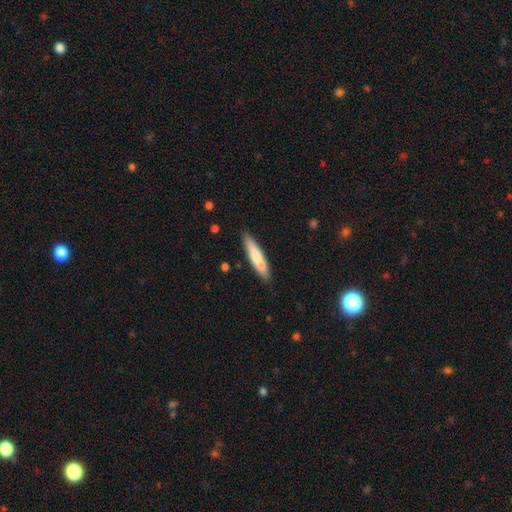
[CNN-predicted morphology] Q: Smooth or featured?
A: smooth (65%); runner-up: featured or disk (30%)
Q: How rounded?
A: cigar-shaped (84%); runner-up: in between (14%)
Q: Merging?
A: none (76%); runner-up: minor disturbance (13%)